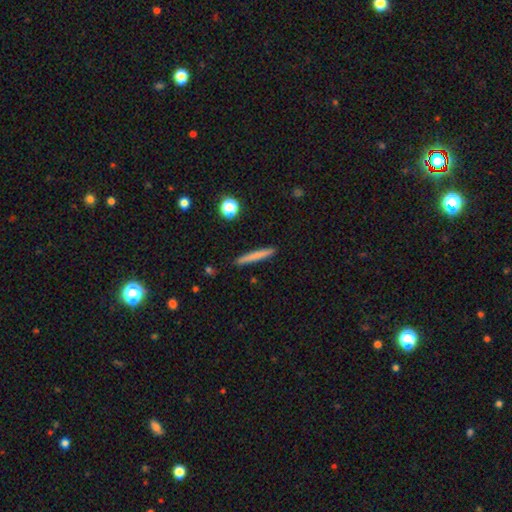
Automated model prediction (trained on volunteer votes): A smooth galaxy with no disk features (71%) that is cigar-shaped (95%). Merging: none (90%).